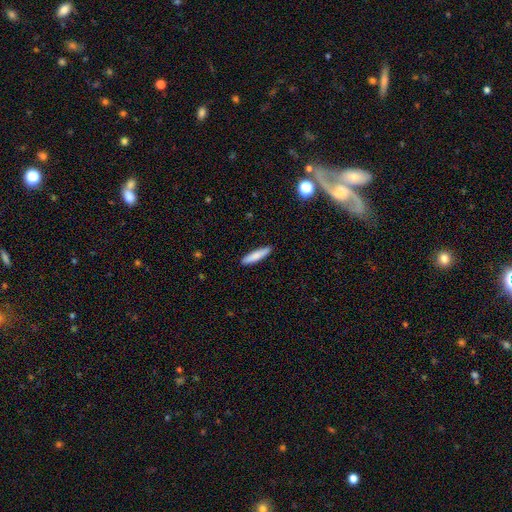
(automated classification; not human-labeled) Smooth or featured?
  - smooth: 82% *
  - featured or disk: 12%
  - star or artifact: 6%
How rounded?
  - cigar-shaped: 85% *
  - in between: 14%
  - round: 1%
Merging?
  - none: 91% *
  - minor disturbance: 7%
  - major disturbance: 1%
  - merger: 1%